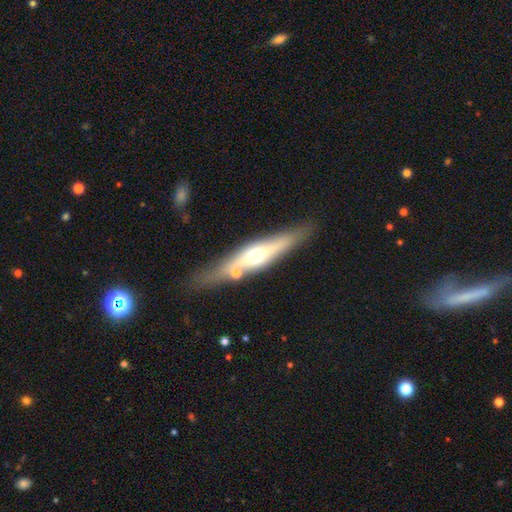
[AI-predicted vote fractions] Smooth or featured?
  - featured or disk: 58% *
  - smooth: 36%
  - star or artifact: 6%
Edge-on disk?
  - yes: 88% *
  - no: 12%
Edge-on bulge?
  - rounded: 90% *
  - none: 6%
  - boxy: 4%
Merging?
  - none: 77% *
  - minor disturbance: 11%
  - merger: 9%
  - major disturbance: 3%